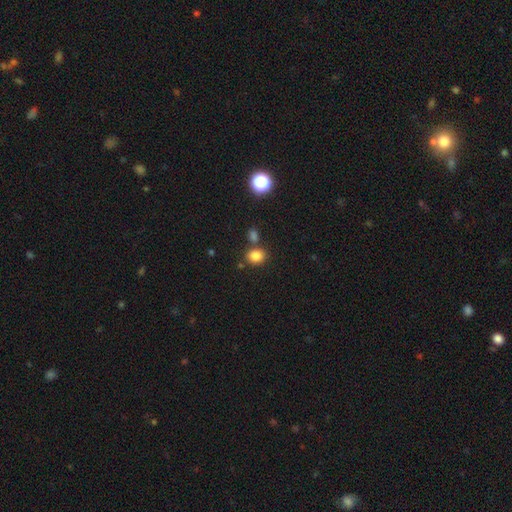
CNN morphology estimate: smooth 82%, star or artifact 13%, featured or disk 5%. Down the decision tree: how rounded — round (61%); merging — none (70%).